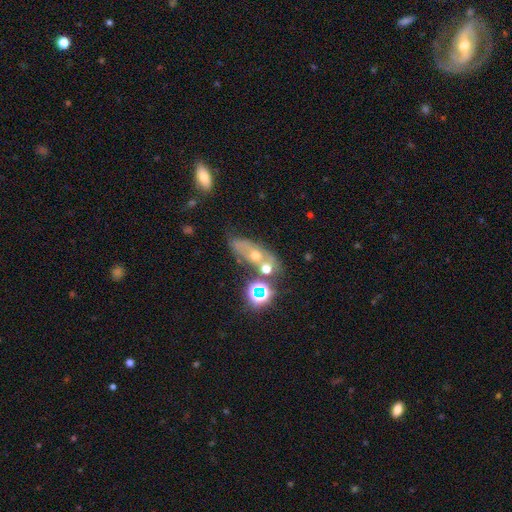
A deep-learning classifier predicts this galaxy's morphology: A featured or disk galaxy (43%).

Vote fractions:
- Smooth or featured? featured or disk: 43% / smooth: 30% / star or artifact: 27%
- Merging? none: 54% / merger: 19% / minor disturbance: 17% / major disturbance: 9%